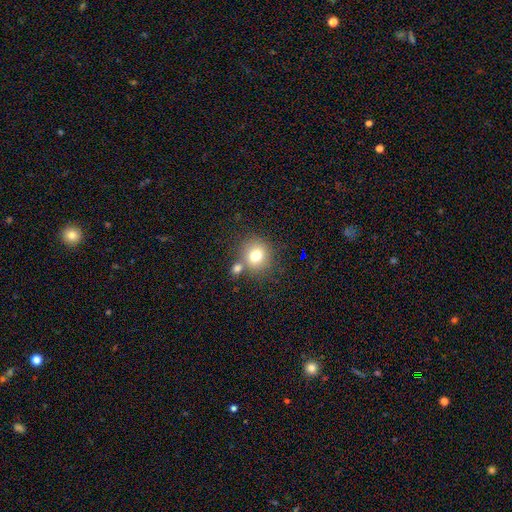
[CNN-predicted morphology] A smooth galaxy with no disk features (74%) that is round (85%).

Vote fractions:
- Smooth or featured? smooth: 74% / featured or disk: 13% / star or artifact: 13%
- How rounded? round: 85% / in between: 14% / cigar-shaped: 1%
- Merging? none: 66% / merger: 19% / minor disturbance: 11% / major disturbance: 4%